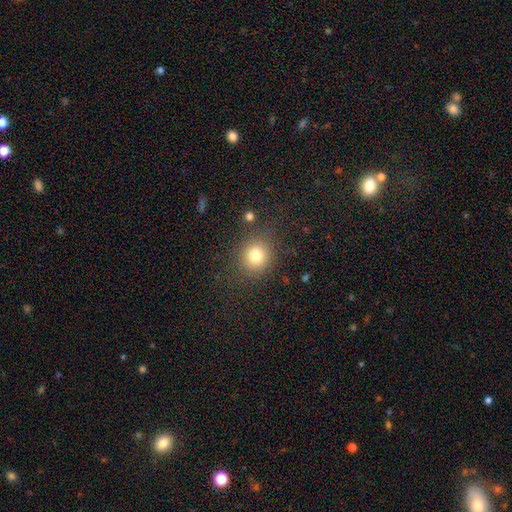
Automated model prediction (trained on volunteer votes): smooth 79%, star or artifact 13%, featured or disk 8%. Down the decision tree: how rounded — round (78%); merging — none (82%).